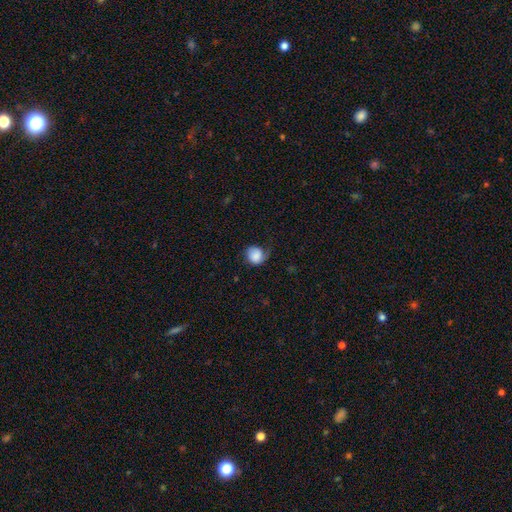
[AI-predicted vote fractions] Q: Smooth or featured?
A: smooth (77%); runner-up: featured or disk (16%)
Q: How rounded?
A: round (78%); runner-up: in between (22%)
Q: Merging?
A: none (44%); runner-up: minor disturbance (32%)